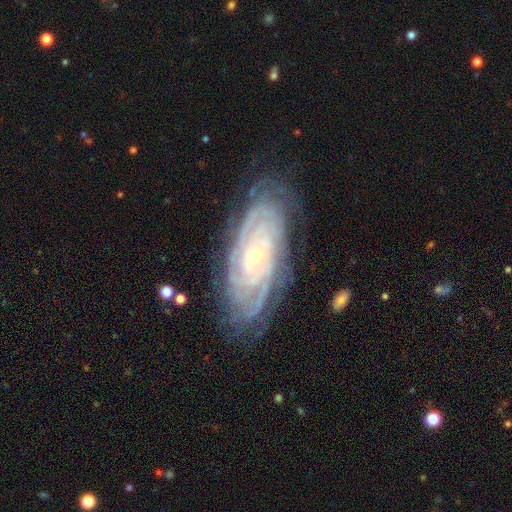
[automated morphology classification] This appears to be a featured or disk galaxy (88%) with no bar (66%), tight (84%) spiral arms (97%) and a small central bulge (76%). Merging: none (78%).